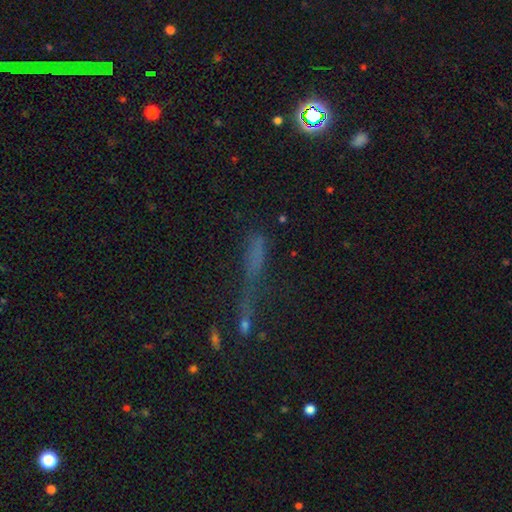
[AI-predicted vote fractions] Overall: smooth (42%; star or artifact 36%). Merging: major disturbance (32%; none 31%).